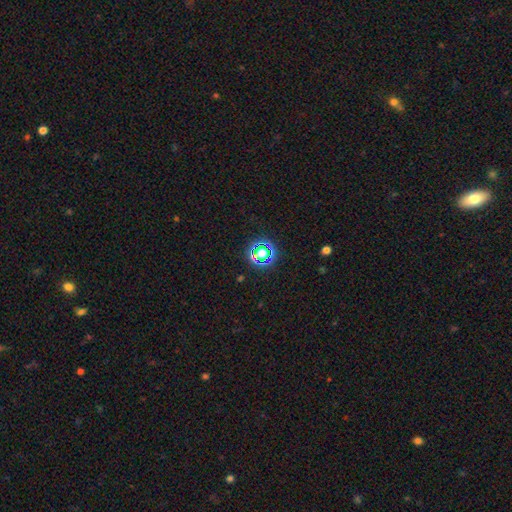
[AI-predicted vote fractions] A star or artifact, not a galaxy (54%).

Vote fractions:
- Smooth or featured? star or artifact: 54% / smooth: 37% / featured or disk: 9%